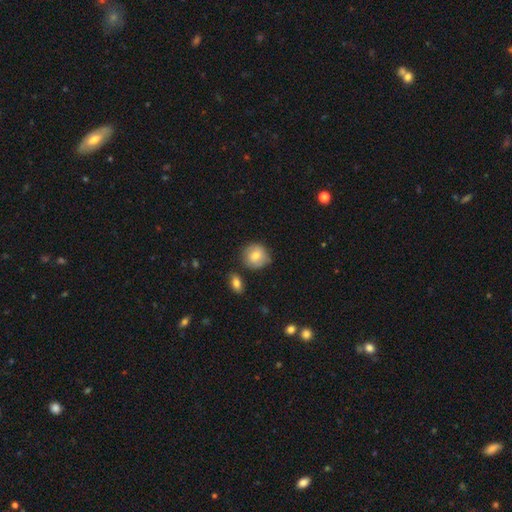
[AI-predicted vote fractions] A smooth galaxy with no disk features (77%) that is round (86%). Merging: none (74%).